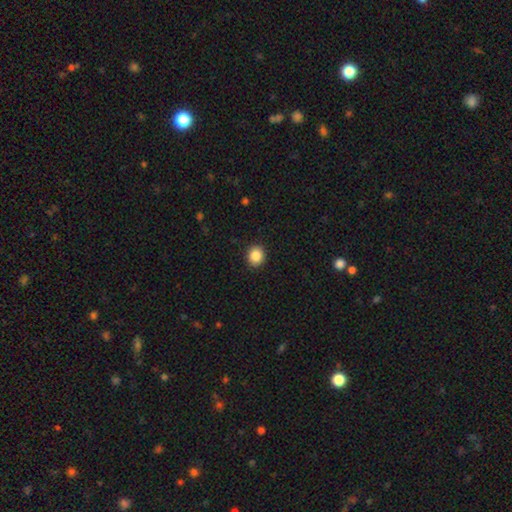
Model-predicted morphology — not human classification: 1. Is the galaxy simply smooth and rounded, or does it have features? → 86% smooth, 10% star or artifact, 4% featured or disk.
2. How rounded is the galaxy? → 78% round, 21% in between, 1% cigar-shaped.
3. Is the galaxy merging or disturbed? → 92% none, 6% minor disturbance, 2% major disturbance, 1% merger.